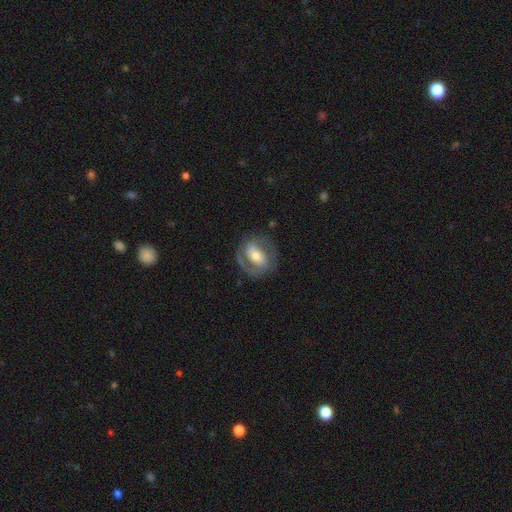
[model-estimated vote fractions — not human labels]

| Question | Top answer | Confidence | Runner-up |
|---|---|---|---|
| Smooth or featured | featured or disk | 71% | smooth (24%) |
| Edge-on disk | no | 95% | yes (5%) |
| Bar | strong | 38% | weak (34%) |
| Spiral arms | yes | 74% | no (26%) |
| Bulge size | moderate | 60% | small (26%) |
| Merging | none | 72% | minor disturbance (15%) |